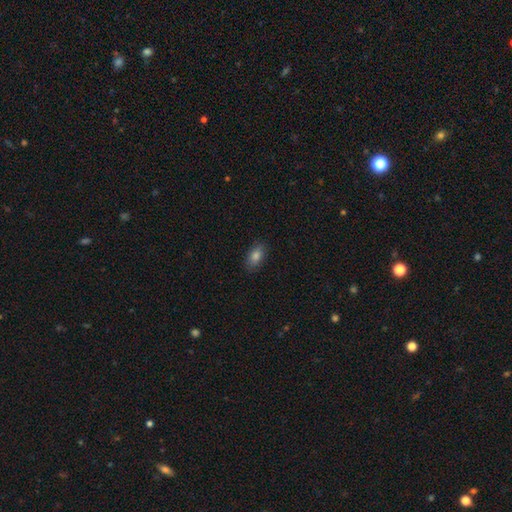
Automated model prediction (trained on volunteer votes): smooth_or_featured: smooth (p=0.82) [alt: star or artifact p=0.09]
how_rounded: in between (p=0.89) [alt: round p=0.07]
merging: none (p=0.86) [alt: minor disturbance p=0.11]